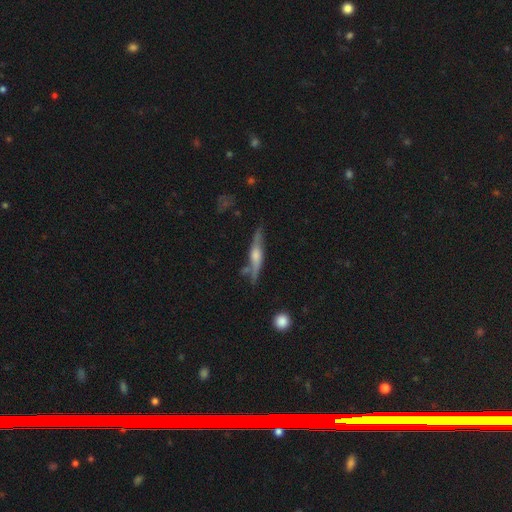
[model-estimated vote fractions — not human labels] smooth-or-featured: featured or disk: 67% | smooth: 27% | star or artifact: 6%
  disk-edge-on: yes: 89% | no: 11%
    edge-on-bulge: rounded: 79% | boxy: 12% | none: 9%
  merging: none: 71% | minor disturbance: 19% | merger: 6% | major disturbance: 5%